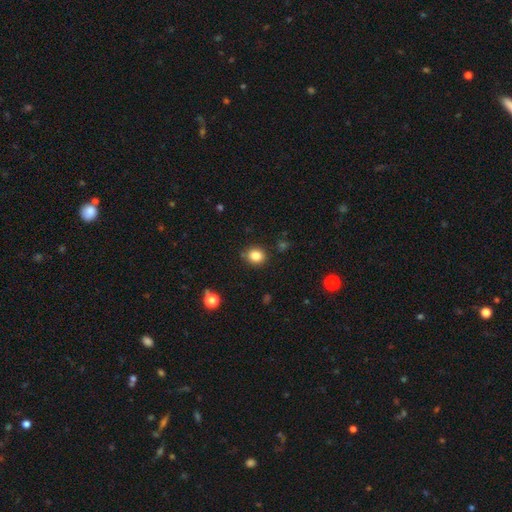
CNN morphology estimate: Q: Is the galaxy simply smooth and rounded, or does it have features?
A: smooth — 84%.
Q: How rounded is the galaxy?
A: round — 72%.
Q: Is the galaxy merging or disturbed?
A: none — 85%.